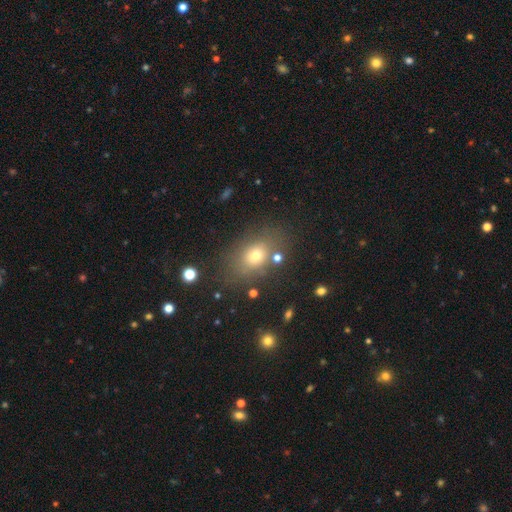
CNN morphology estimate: Overall: smooth (69%). How rounded: in between (68%; round 30%). Merging: none (77%).